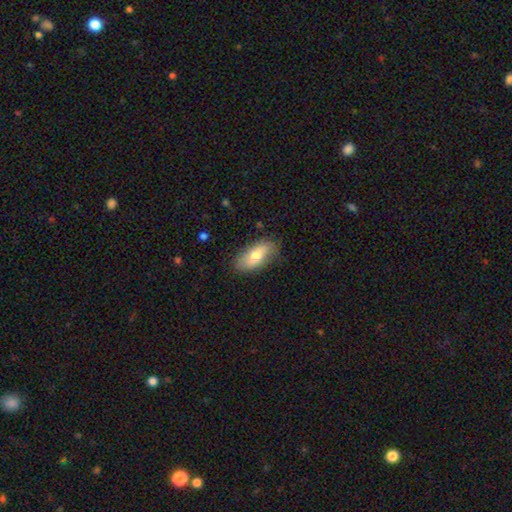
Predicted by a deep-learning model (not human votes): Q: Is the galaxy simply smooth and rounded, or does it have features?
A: smooth — 67%.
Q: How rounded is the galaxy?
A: in between — 87%.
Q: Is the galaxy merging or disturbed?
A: none — 80%.